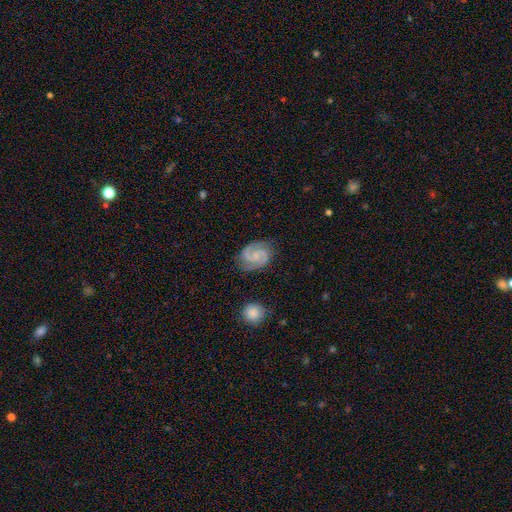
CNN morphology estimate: A featured or disk galaxy (87%) with no bar (49%), 2 (93%) medium (50%) spiral arms (98%) and a small central bulge (43%). Merging: none (81%).